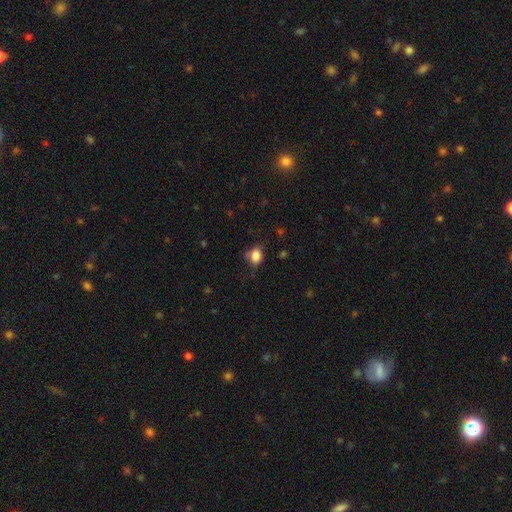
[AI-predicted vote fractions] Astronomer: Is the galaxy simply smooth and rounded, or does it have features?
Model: smooth — 84%.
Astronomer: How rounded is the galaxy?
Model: in between — 62%.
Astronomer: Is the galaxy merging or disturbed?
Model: none — 62%.